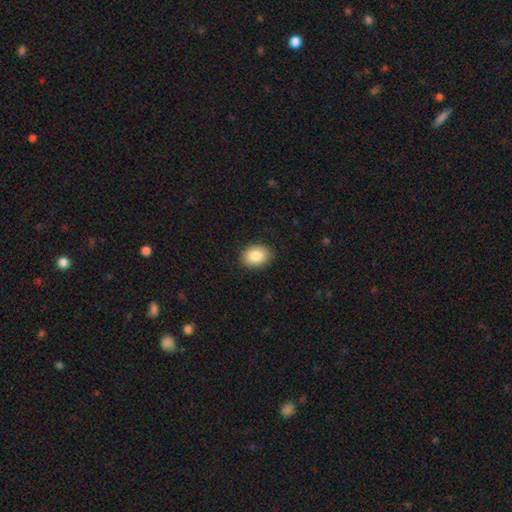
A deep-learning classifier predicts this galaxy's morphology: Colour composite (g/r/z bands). It shows a smooth galaxy with no disk features (85%) that is in between round and cigar-shaped (70%). Merging: none (88%).